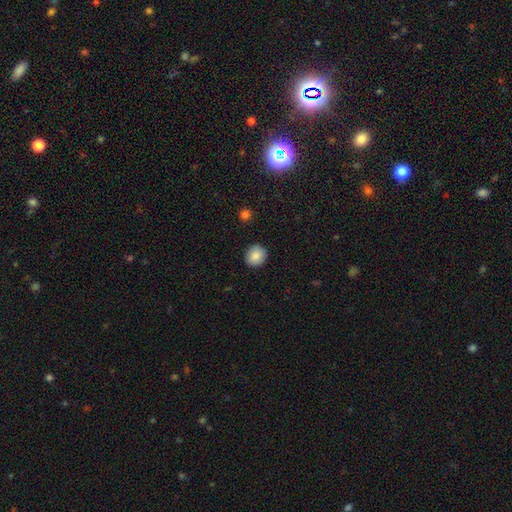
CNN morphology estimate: smooth 87%, star or artifact 8%, featured or disk 5%. Down the decision tree: how rounded — round (84%); merging — none (90%).